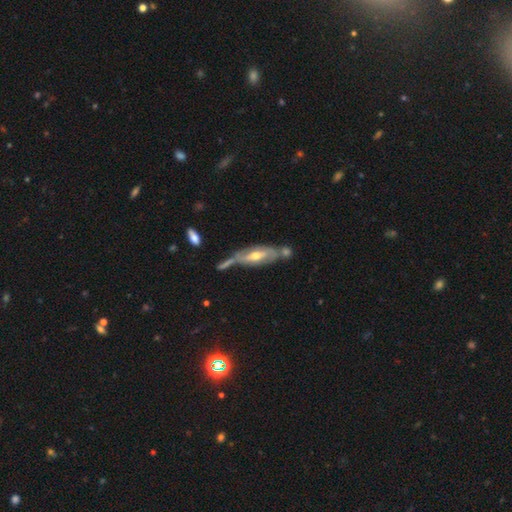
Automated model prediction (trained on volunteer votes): smooth_or_featured: featured or disk (p=0.75) [alt: smooth p=0.18]
disk_edge_on: no (p=0.68) [alt: yes p=0.32]
bar: no (p=0.40) [alt: weak p=0.38]
has_spiral_arms: yes (p=0.70) [alt: no p=0.30]
bulge_size: moderate (p=0.62) [alt: small p=0.33]
merging: none (p=0.49) [alt: minor disturbance p=0.22]